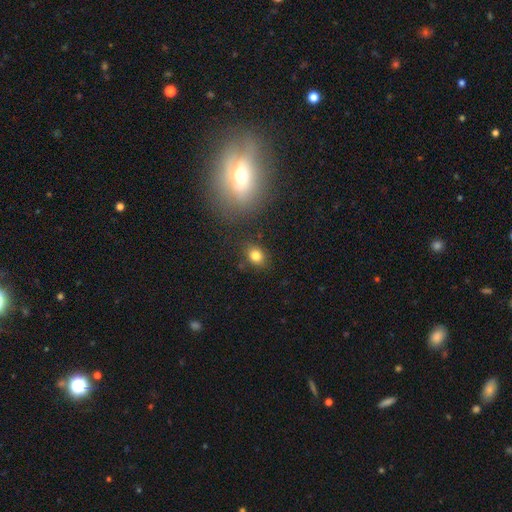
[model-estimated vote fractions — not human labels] Smooth or featured? Predicted: smooth (p=0.81). How rounded? Predicted: in between (p=0.55). Merging? Predicted: none (p=0.81).